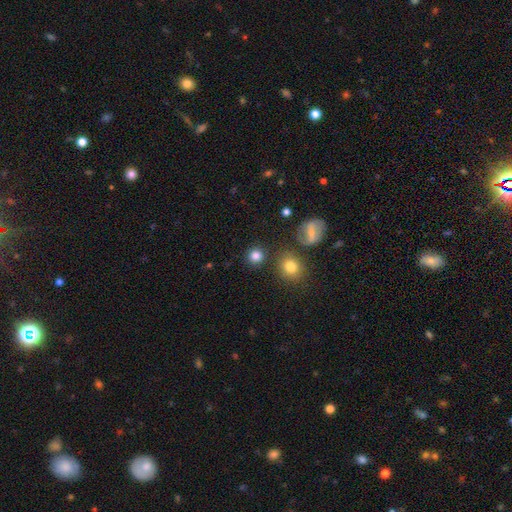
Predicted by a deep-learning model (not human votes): Smooth or featured? smooth (82%)
How rounded? round (90%)
Merging? none (84%)